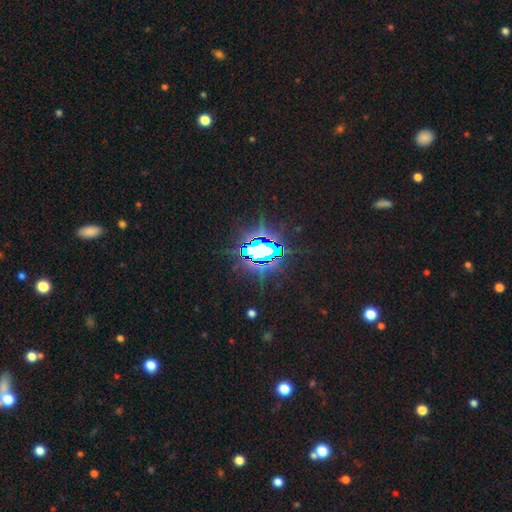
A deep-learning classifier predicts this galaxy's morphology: Smooth or featured: star or artifact — 79% (featured or disk — 11%)